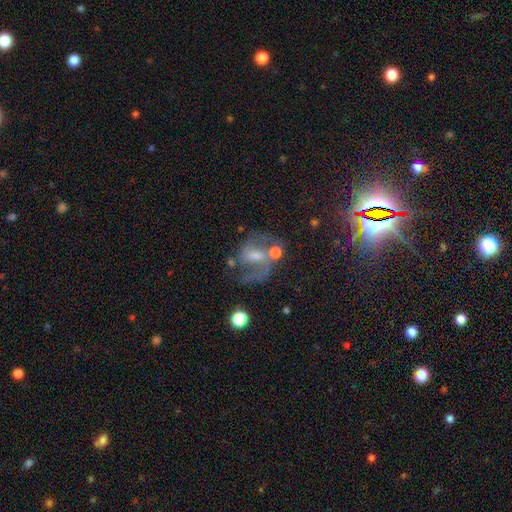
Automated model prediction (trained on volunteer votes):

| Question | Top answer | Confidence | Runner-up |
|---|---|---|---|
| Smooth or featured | featured or disk | 69% | smooth (16%) |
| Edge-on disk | no | 97% | yes (3%) |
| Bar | weak | 48% | no (33%) |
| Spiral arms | yes | 84% | no (16%) |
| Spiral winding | medium | 47% | loose (38%) |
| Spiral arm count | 2 | 71% | 1 (15%) |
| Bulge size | moderate | 45% | small (37%) |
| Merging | none | 47% | major disturbance (21%) |